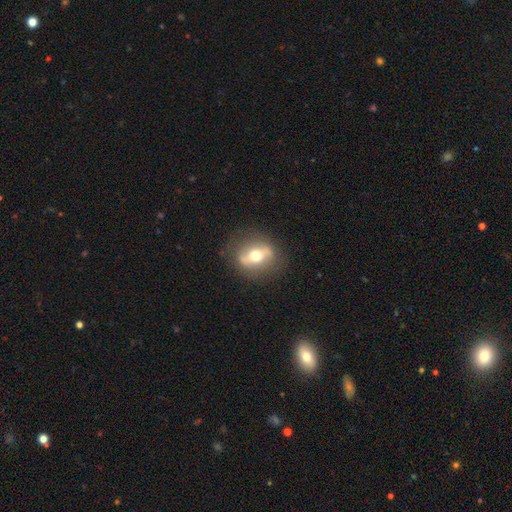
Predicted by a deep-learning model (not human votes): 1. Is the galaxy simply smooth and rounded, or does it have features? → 57% featured or disk, 35% smooth, 8% star or artifact.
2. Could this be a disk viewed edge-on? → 74% no, 26% yes.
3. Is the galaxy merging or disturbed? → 80% none, 13% minor disturbance, 6% major disturbance, 1% merger.